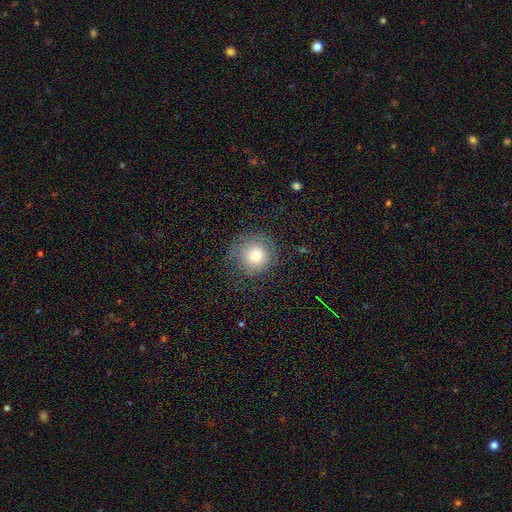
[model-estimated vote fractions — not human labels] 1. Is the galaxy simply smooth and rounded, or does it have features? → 69% smooth, 19% featured or disk, 11% star or artifact.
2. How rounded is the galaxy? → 93% round, 6% in between, 1% cigar-shaped.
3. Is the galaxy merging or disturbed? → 73% none, 16% minor disturbance, 10% major disturbance, 1% merger.